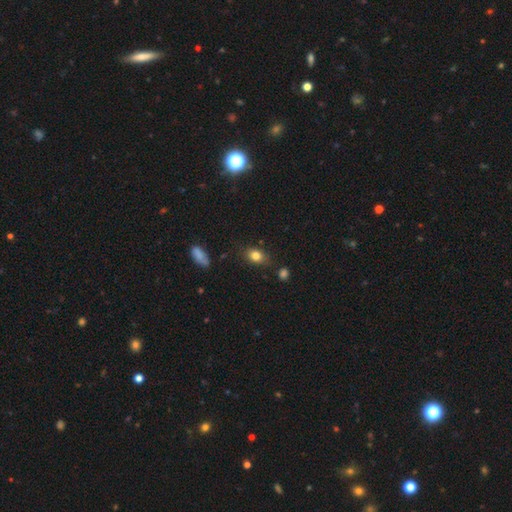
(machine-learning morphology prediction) Smooth or featured? Predicted: smooth (p=0.82). How rounded? Predicted: in between (p=0.70). Merging? Predicted: none (p=0.77).